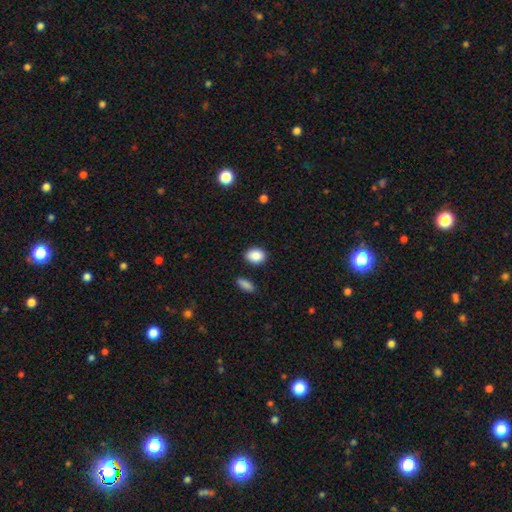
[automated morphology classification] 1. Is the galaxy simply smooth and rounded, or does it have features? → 89% smooth, 8% star or artifact, 4% featured or disk.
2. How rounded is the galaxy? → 59% in between, 39% round, 1% cigar-shaped.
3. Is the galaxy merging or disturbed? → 86% none, 9% minor disturbance, 3% merger, 2% major disturbance.